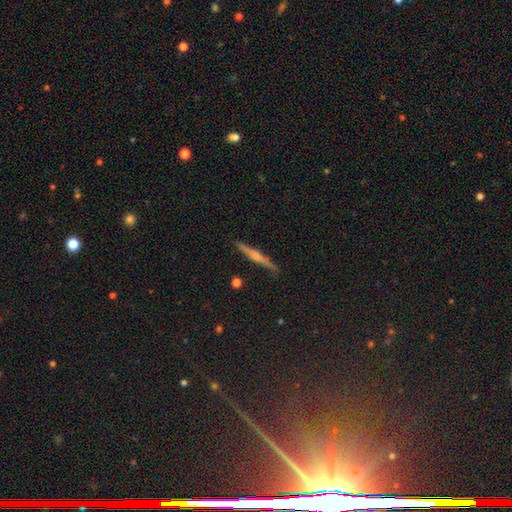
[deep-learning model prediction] Smooth or featured? featured or disk (57%)
Edge-on disk? yes (97%)
Edge-on bulge? rounded (56%)
Merging? none (89%)